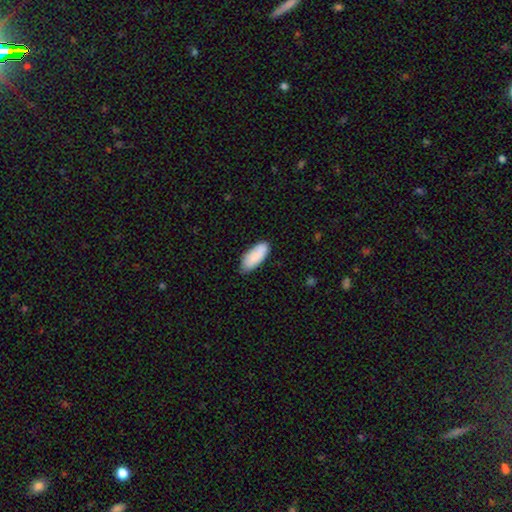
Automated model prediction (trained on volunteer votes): smooth_or_featured: smooth (p=0.87) [alt: featured or disk p=0.08]
how_rounded: in between (p=0.84) [alt: cigar-shaped p=0.15]
merging: none (p=0.76) [alt: minor disturbance p=0.20]